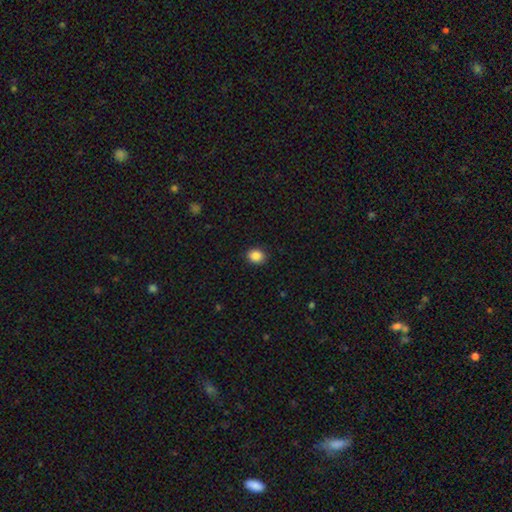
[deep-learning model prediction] Overall: smooth (88%). How rounded: round (56%; in between 43%). Merging: none (90%).